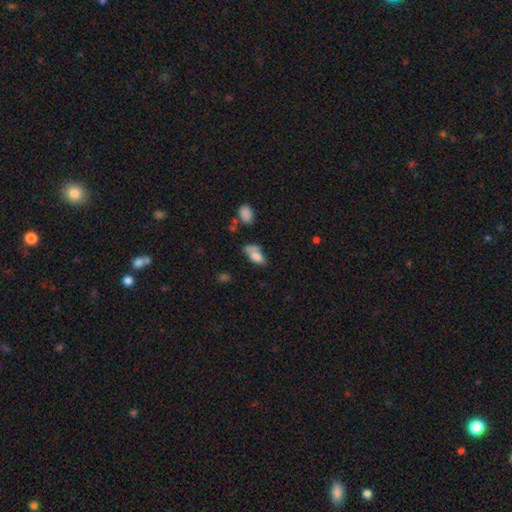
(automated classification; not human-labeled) This appears to be a smooth galaxy with no disk features (76%) that is in between round and cigar-shaped (87%). Merging: none (37%).